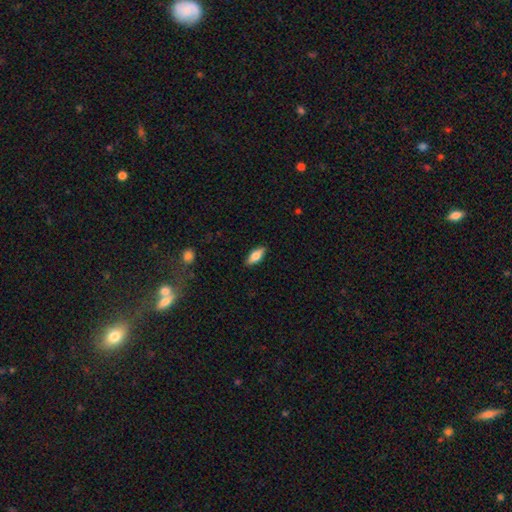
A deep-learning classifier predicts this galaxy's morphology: Smooth or featured? Predicted: smooth (p=0.71). How rounded? Predicted: in between (p=0.74). Merging? Predicted: none (p=0.87).